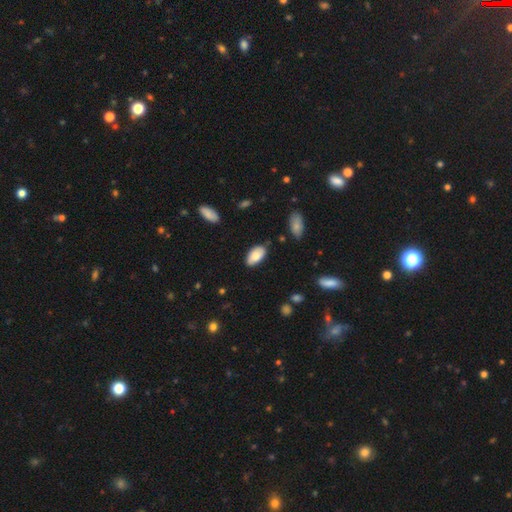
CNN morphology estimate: smooth_or_featured: smooth (p=0.80) [alt: featured or disk p=0.14]
how_rounded: in between (p=0.95) [alt: round p=0.03]
merging: none (p=0.81) [alt: minor disturbance p=0.15]